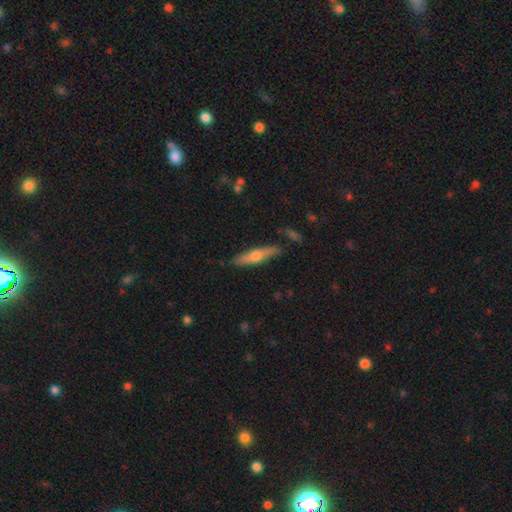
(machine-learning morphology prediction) A featured or disk galaxy (51%) viewed edge-on (91%). Merging: none (85%).